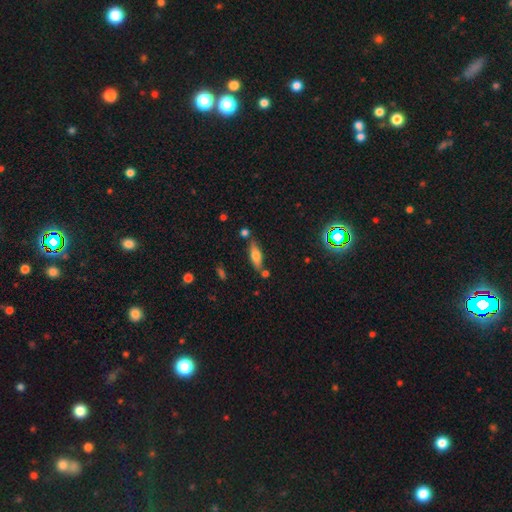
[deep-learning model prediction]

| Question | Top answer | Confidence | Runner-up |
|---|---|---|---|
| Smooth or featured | smooth | 62% | featured or disk (29%) |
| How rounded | in between | 56% | cigar-shaped (41%) |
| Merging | none | 71% | minor disturbance (15%) |